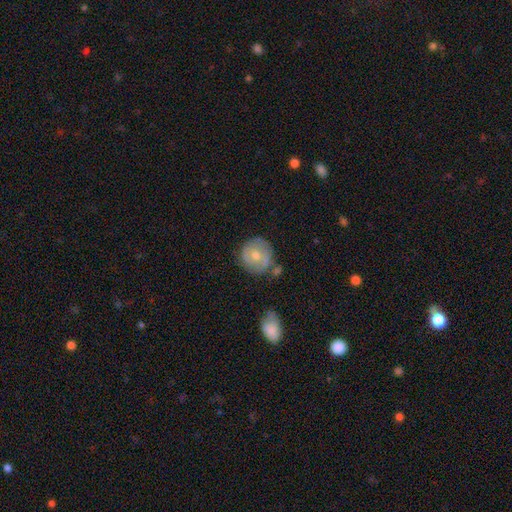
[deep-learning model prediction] A smooth galaxy with no disk features (61%) that is round (92%). Merging: none (67%).